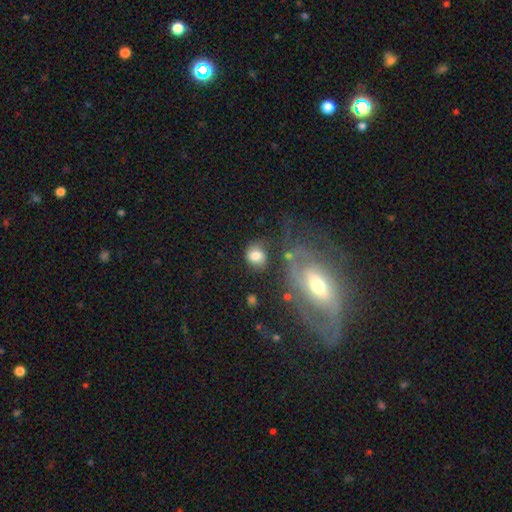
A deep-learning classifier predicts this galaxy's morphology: smooth-or-featured: smooth: 75% | featured or disk: 16% | star or artifact: 9%
  how-rounded: round: 64% | in between: 34% | cigar-shaped: 1%
  merging: none: 57% | minor disturbance: 19% | major disturbance: 12% | merger: 11%